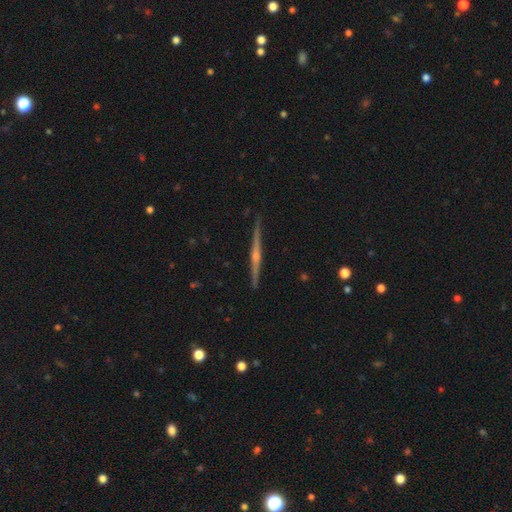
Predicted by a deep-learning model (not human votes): Overall: featured or disk (82%). Edge-on disk: yes (99%). Edge-on bulge: rounded (77%). Merging: none (91%).